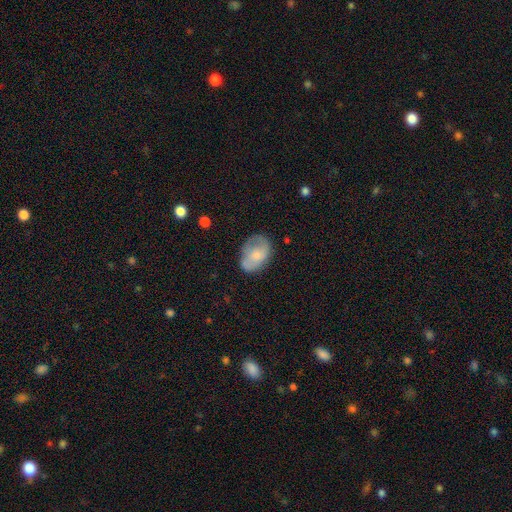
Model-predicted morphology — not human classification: Smooth or featured? smooth (61%)
How rounded? in between (81%)
Merging? none (60%)